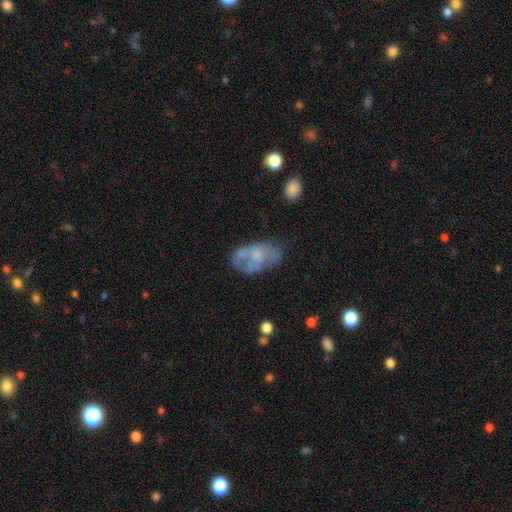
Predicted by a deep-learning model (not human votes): This appears to be a featured or disk galaxy (47%). Merging: none (41%).